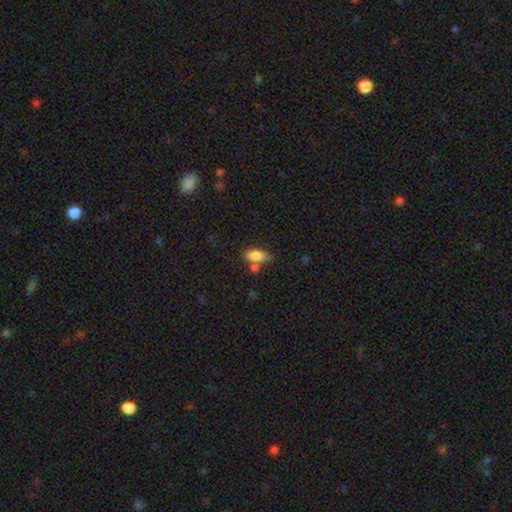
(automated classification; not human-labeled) A smooth galaxy with no disk features (83%) that is in between round and cigar-shaped (82%). Merging: none (54%).